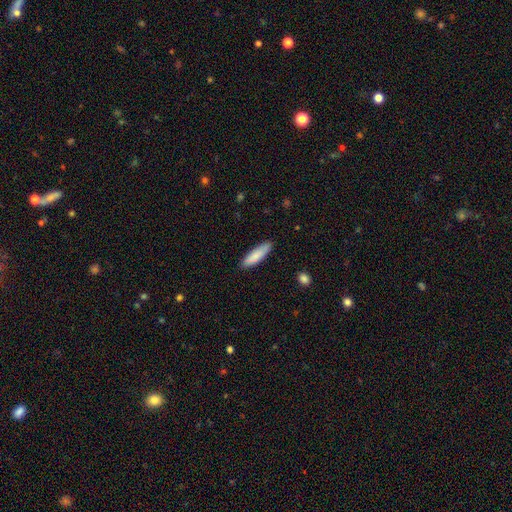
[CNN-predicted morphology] Smooth or featured? smooth (84%)
How rounded? cigar-shaped (66%)
Merging? none (87%)